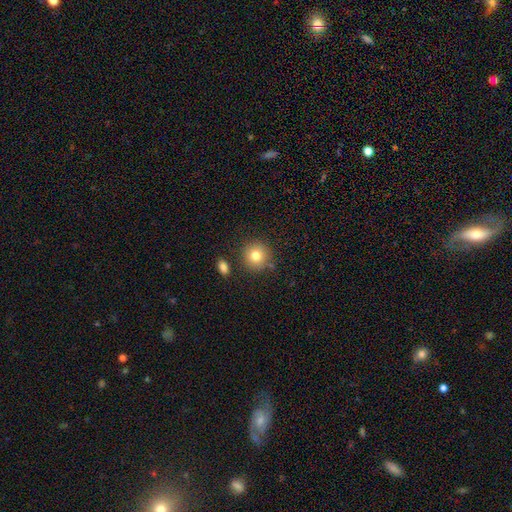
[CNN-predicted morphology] The model was most divided on "merging": none: 81%, minor disturbance: 10%, merger: 6%, major disturbance: 3%. More confident: how rounded — round (91%); smooth or featured — smooth (82%).